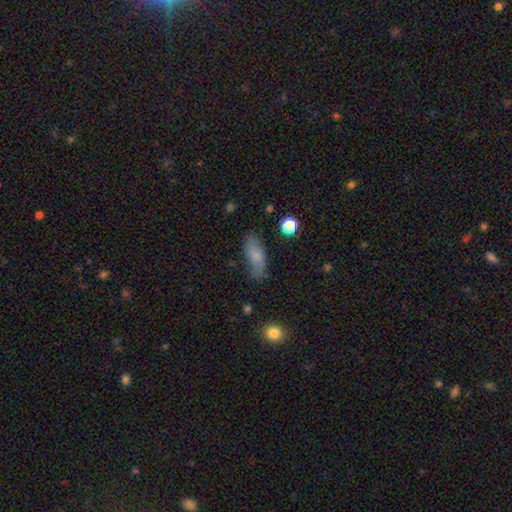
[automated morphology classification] Smooth or featured? smooth (72%)
How rounded? in between (79%)
Merging? none (74%)